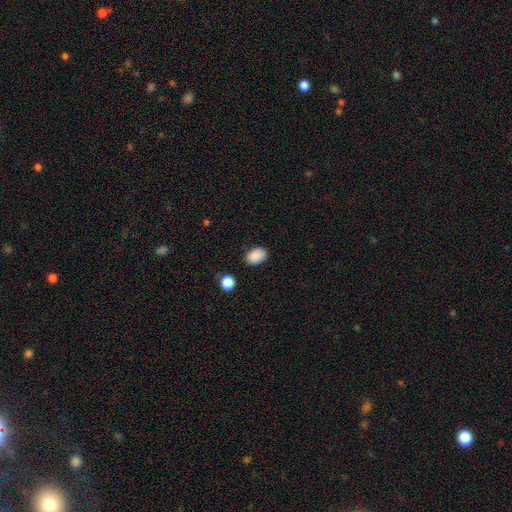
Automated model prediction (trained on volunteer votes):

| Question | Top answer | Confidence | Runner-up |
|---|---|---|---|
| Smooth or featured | smooth | 89% | star or artifact (8%) |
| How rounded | in between | 83% | round (16%) |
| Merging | none | 84% | minor disturbance (11%) |